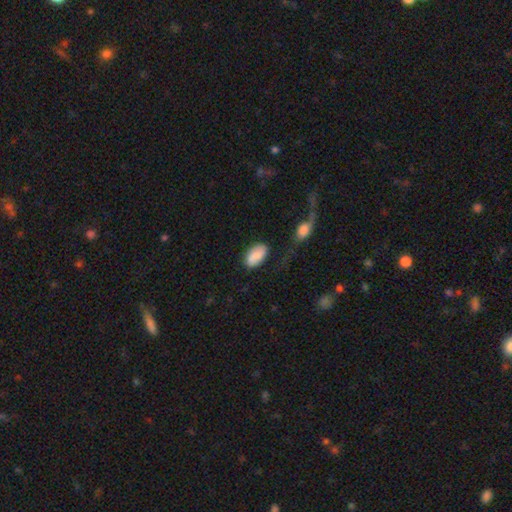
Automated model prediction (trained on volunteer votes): Overall: smooth (86%). How rounded: in between (94%). Merging: none (72%).